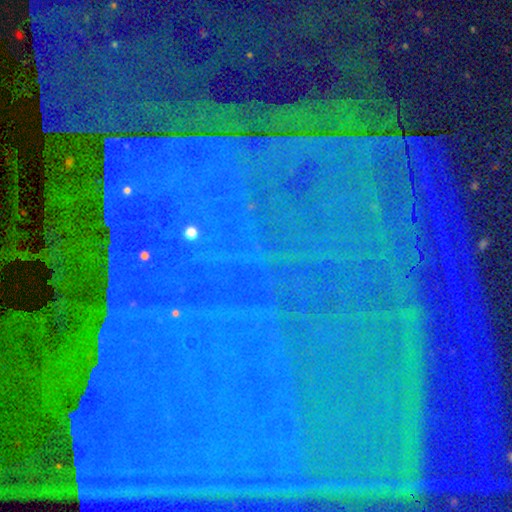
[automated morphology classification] type=star or artifact (86%).